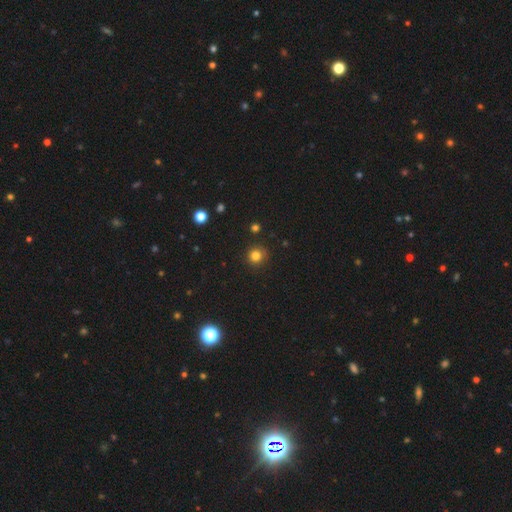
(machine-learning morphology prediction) smooth_or_featured: smooth (p=0.81) [alt: star or artifact p=0.14]
how_rounded: round (p=0.92) [alt: in between p=0.07]
merging: none (p=0.87) [alt: minor disturbance p=0.09]